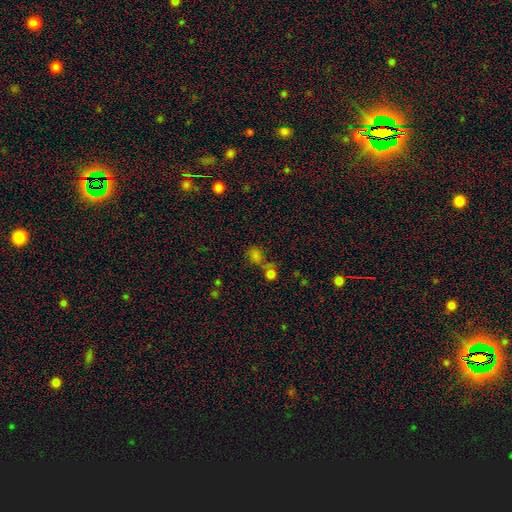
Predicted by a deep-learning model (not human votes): Smooth or featured: smooth — 65% (star or artifact — 26%)
How rounded: round — 69% (in between — 29%)
Merging: none — 50% (merger — 32%)